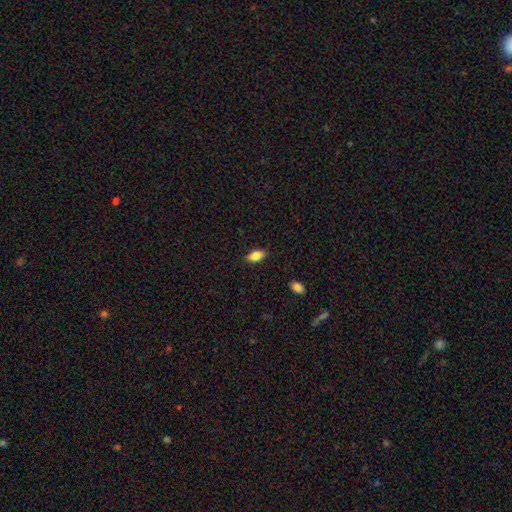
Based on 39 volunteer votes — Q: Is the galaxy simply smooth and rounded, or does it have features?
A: smooth — 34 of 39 (87%).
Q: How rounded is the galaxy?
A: in between — 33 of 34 (97%).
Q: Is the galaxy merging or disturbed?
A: none — 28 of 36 (78%).